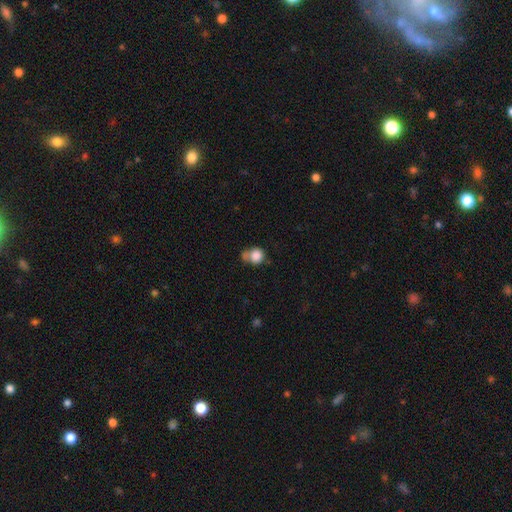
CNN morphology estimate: This is clearly a smooth galaxy (83%). How rounded: clearly round (82%). Merging: marginally none (43%).